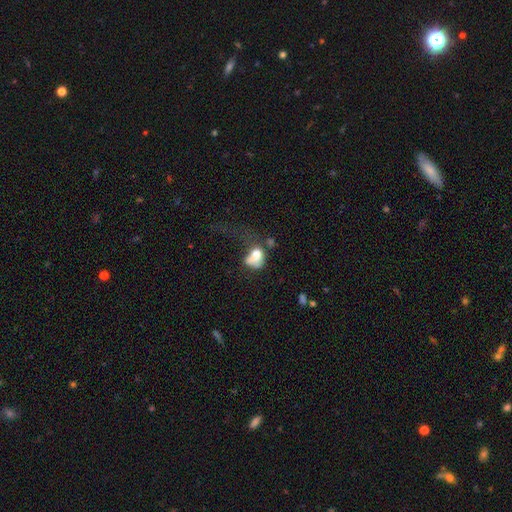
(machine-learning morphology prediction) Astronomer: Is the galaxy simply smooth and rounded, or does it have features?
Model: smooth — 66%.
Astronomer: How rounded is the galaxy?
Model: in between — 63%.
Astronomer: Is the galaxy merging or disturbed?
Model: major disturbance — 47%.